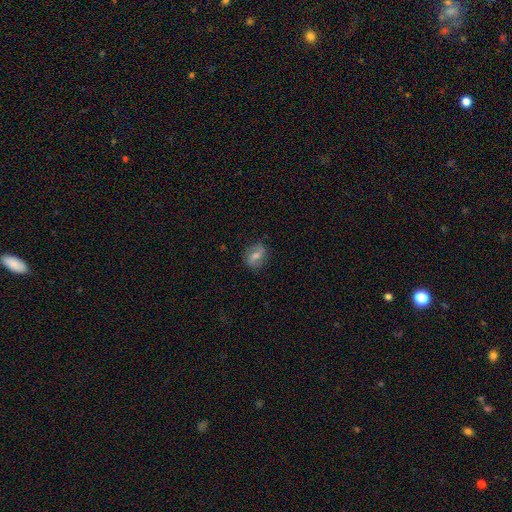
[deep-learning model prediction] Smooth or featured: featured or disk — 44% (tied with smooth — 44%)
Merging: none — 82% (minor disturbance — 13%)